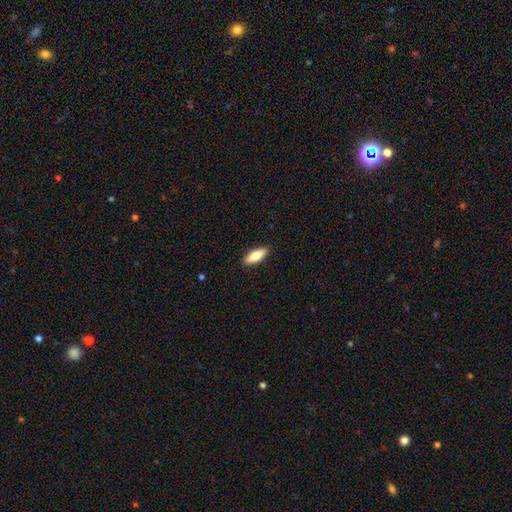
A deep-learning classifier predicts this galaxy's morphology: Smooth or featured? Predicted: smooth (p=0.73). How rounded? Predicted: in between (p=0.67). Merging? Predicted: none (p=0.90).